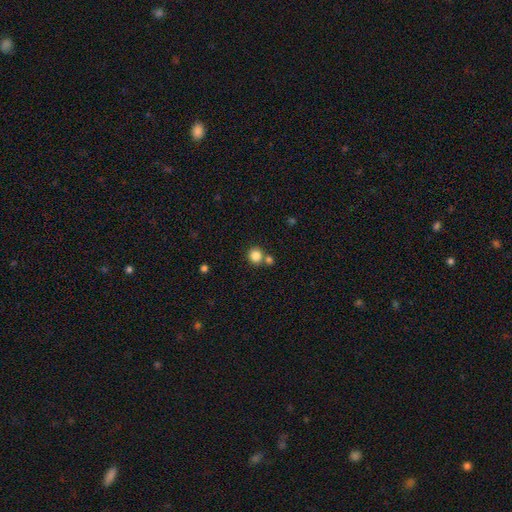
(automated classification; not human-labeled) This is clearly a smooth galaxy (84%). How rounded: clearly round (91%). Merging: likely none (68%).